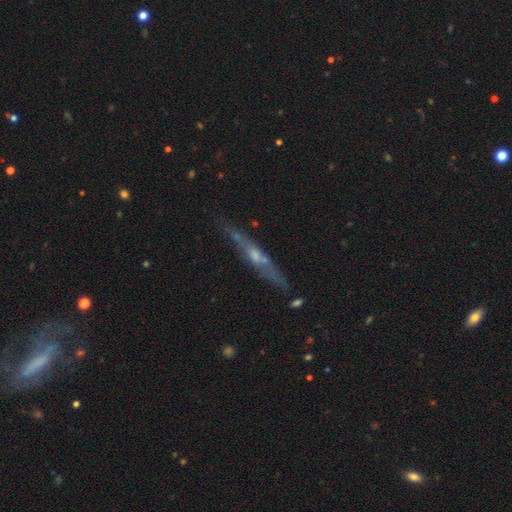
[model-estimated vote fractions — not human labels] smooth-or-featured: featured or disk: 71% | smooth: 20% | star or artifact: 9%
  disk-edge-on: yes: 89% | no: 11%
    edge-on-bulge: rounded: 67% | none: 26% | boxy: 7%
  merging: none: 78% | minor disturbance: 16% | major disturbance: 4% | merger: 3%